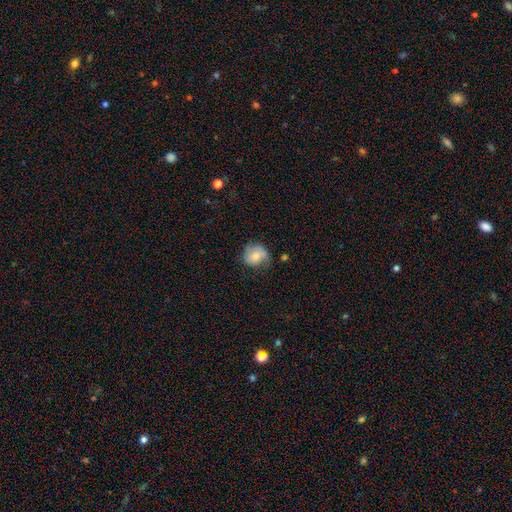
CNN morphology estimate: Smooth or featured? Predicted: smooth (p=0.64). How rounded? Predicted: round (p=0.79). Merging? Predicted: none (p=0.54).